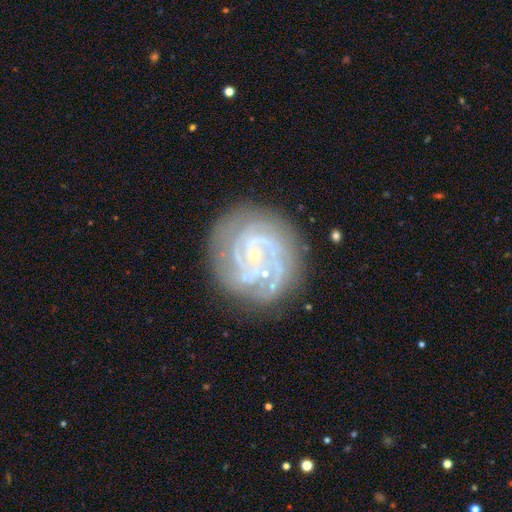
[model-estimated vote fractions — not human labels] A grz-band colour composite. It shows a featured or disk galaxy (88%) with no bar (64%), 3 (33%) tight (69%) spiral arms (97%) and a small central bulge (85%). Merging: none (77%).